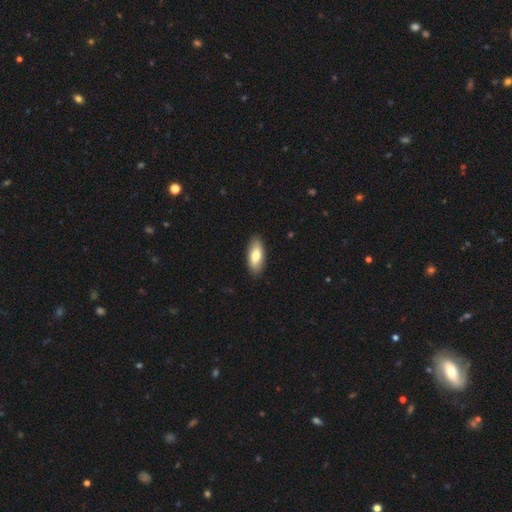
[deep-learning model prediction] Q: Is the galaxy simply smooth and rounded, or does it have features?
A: smooth — 74%.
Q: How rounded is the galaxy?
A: in between — 86%.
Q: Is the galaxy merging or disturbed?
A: none — 88%.